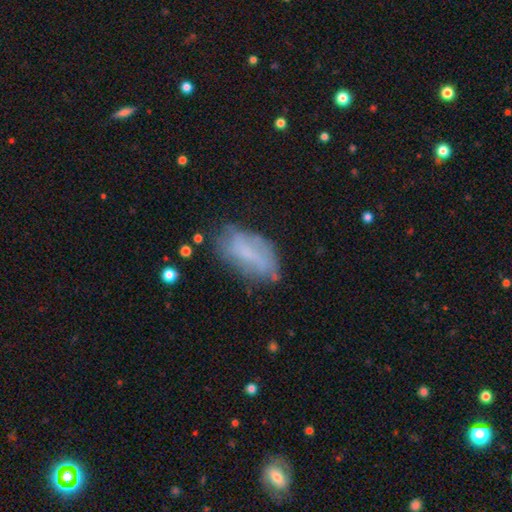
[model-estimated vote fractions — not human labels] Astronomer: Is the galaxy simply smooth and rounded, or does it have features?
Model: smooth — 47% (runner-up: featured or disk, 33%).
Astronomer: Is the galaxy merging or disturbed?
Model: none — 69%.